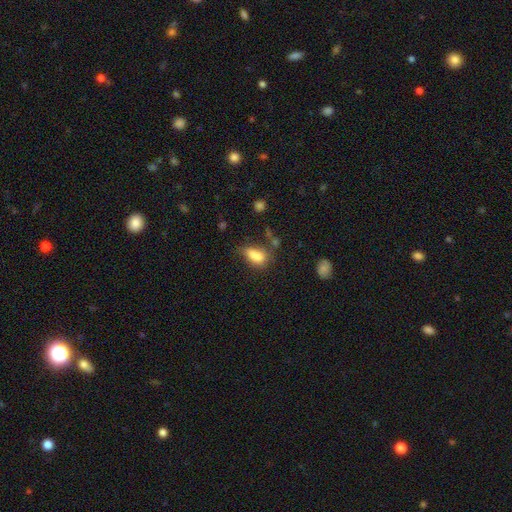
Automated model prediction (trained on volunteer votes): Q: Smooth or featured?
A: smooth (79%); runner-up: featured or disk (11%)
Q: How rounded?
A: in between (83%); runner-up: cigar-shaped (10%)
Q: Merging?
A: none (39%); runner-up: minor disturbance (31%)